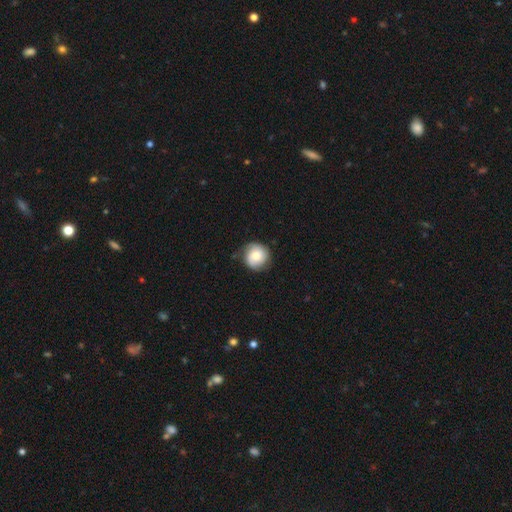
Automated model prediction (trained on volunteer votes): This is likely a smooth galaxy (61%). How rounded: clearly round (90%). Merging: likely none (72%).